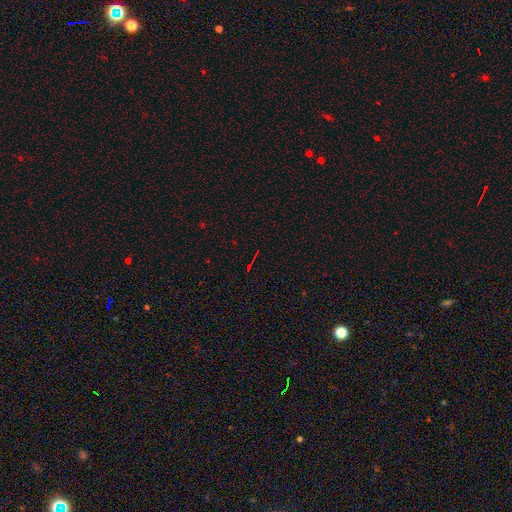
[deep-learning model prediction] star or artifact 72%, smooth 15%, featured or disk 12%.